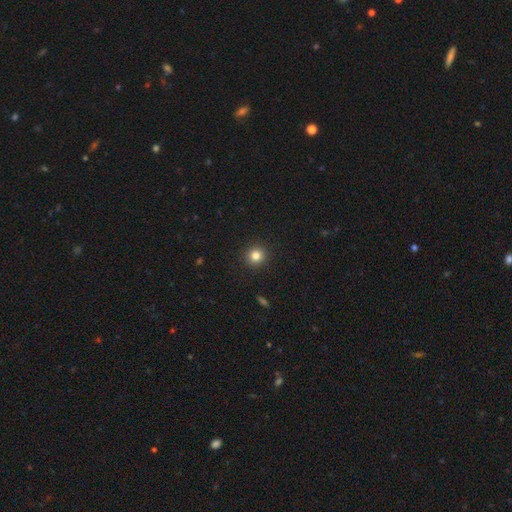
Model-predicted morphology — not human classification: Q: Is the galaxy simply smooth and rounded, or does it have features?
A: smooth — 82%.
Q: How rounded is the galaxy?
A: round — 93%.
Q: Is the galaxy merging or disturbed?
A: none — 93%.